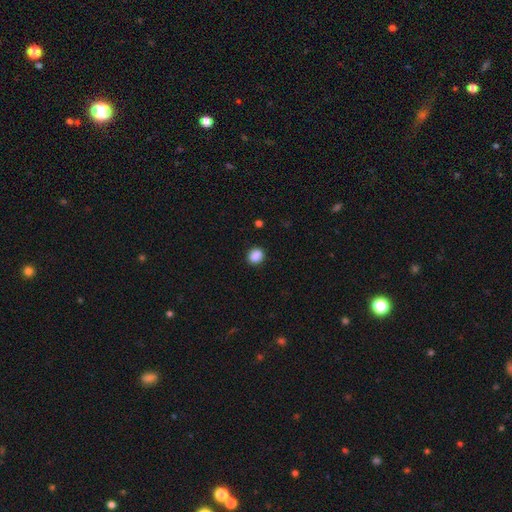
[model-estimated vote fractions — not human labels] A smooth galaxy with no disk features (88%) that is round (70%). Merging: none (88%).